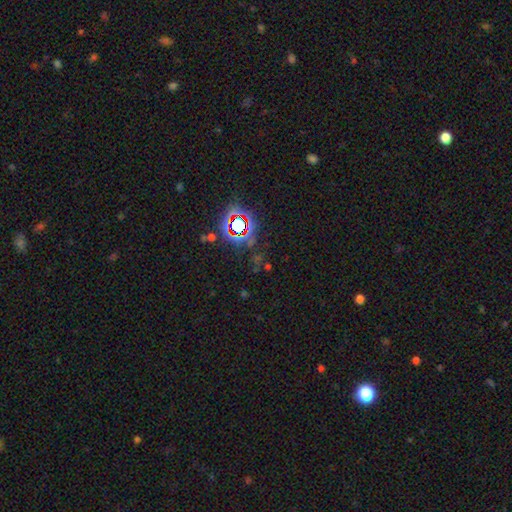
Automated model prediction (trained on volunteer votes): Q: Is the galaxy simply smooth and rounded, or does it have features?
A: star or artifact — 76%.